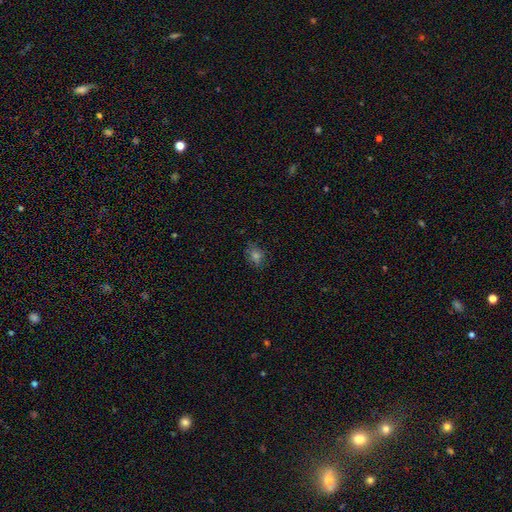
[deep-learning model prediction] The model was most divided on "how rounded": round: 57%, in between: 41%, cigar-shaped: 2%. More confident: merging — none (78%); smooth or featured — smooth (57%).